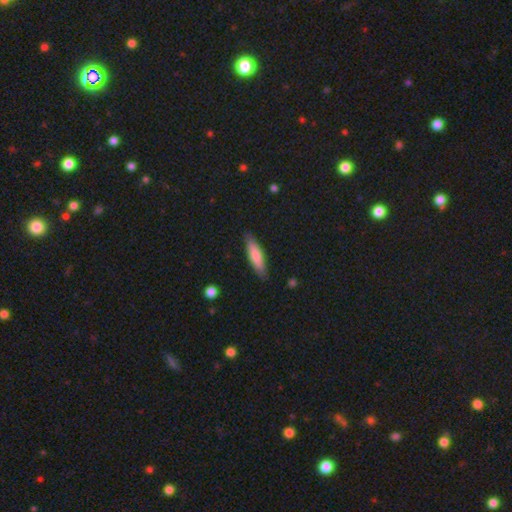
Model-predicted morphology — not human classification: Smooth or featured? smooth (77%)
How rounded? cigar-shaped (68%)
Merging? none (86%)